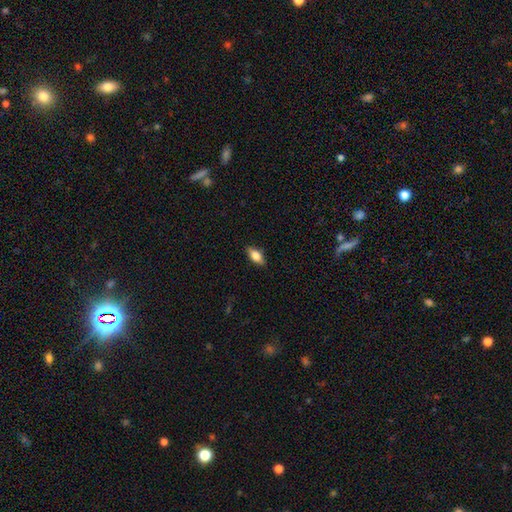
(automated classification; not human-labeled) smooth-or-featured: smooth: 71% | featured or disk: 22% | star or artifact: 8%
  how-rounded: in between: 83% | cigar-shaped: 12% | round: 4%
  merging: none: 86% | minor disturbance: 11% | major disturbance: 2% | merger: 1%